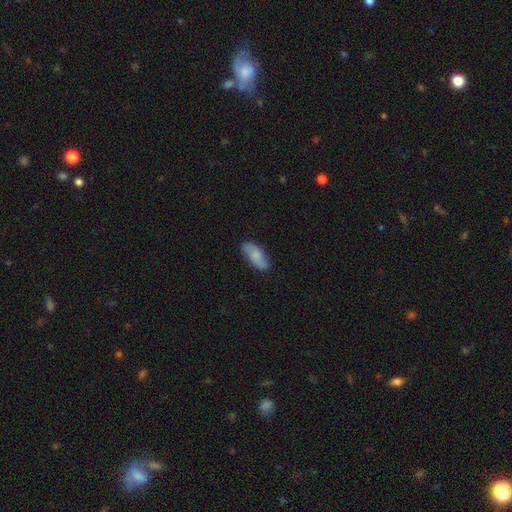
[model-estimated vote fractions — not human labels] Q: Smooth or featured?
A: smooth (69%); runner-up: featured or disk (25%)
Q: How rounded?
A: in between (79%); runner-up: cigar-shaped (18%)
Q: Merging?
A: none (78%); runner-up: minor disturbance (18%)